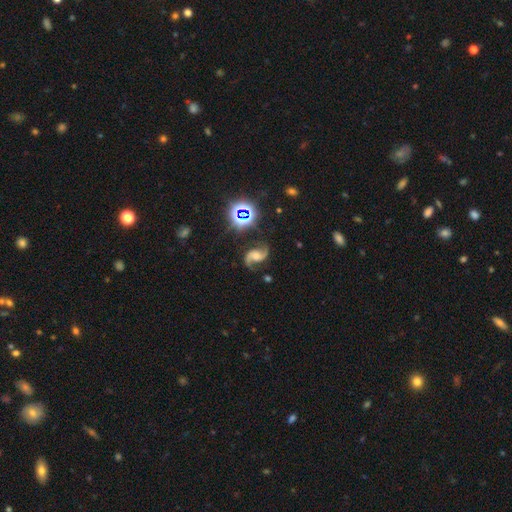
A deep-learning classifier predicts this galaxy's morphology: smooth-or-featured: featured or disk: 85% | star or artifact: 10% | smooth: 5%
  disk-edge-on: no: 98% | yes: 2%
    bar: no: 55% | weak: 34% | strong: 10%
    has-spiral-arms: yes: 98% | no: 2%
      spiral-winding: loose: 52% | medium: 40% | tight: 8%
      spiral-arm-count: 2: 94% | 1: 2% | can't tell: 2% | 3: 1% | 4: 1% | more than 4: 1%
    bulge-size: moderate: 49% | small: 29% | none: 10% | large: 9% | dominant: 2%
  merging: none: 78% | minor disturbance: 14% | major disturbance: 6% | merger: 2%